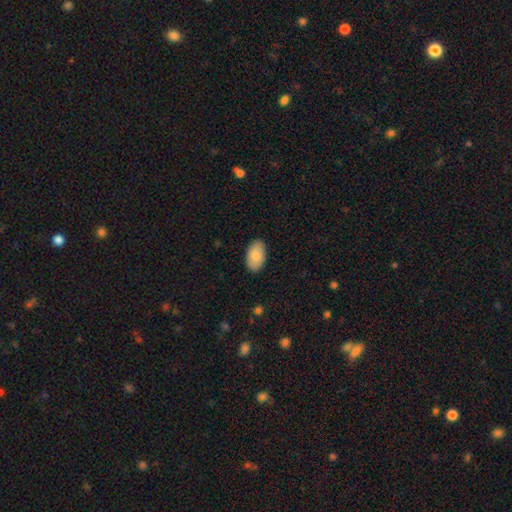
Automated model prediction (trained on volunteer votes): Smooth or featured? smooth (84%)
How rounded? in between (94%)
Merging? none (88%)